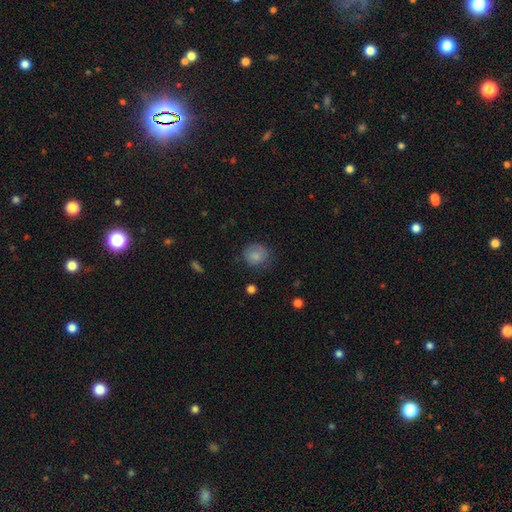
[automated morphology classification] Smooth or featured? Predicted: smooth (p=0.81). How rounded? Predicted: round (p=0.76). Merging? Predicted: none (p=0.66).